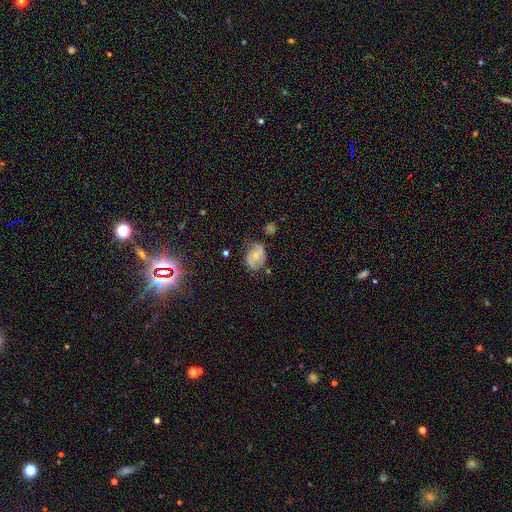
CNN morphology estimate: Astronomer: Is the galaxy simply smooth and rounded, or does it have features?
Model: featured or disk — 68%.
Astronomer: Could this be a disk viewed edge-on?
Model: no — 97%.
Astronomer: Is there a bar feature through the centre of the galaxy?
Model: no — 66%.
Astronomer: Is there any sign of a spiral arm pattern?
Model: yes — 88%.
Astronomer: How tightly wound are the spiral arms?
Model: medium — 46% (runner-up: tight, 33%).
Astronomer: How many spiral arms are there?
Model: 2 — 78%.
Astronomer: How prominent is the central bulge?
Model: small — 49% (runner-up: moderate, 46%).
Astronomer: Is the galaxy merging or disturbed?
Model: none — 60%.